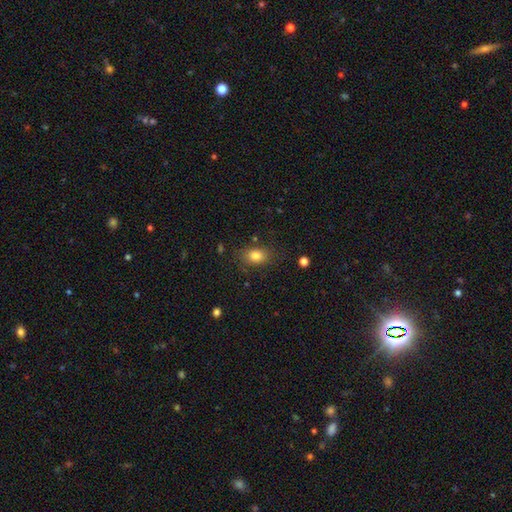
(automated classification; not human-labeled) Smooth or featured: smooth — 82% (star or artifact — 10%)
How rounded: in between — 75% (round — 24%)
Merging: none — 80% (minor disturbance — 14%)